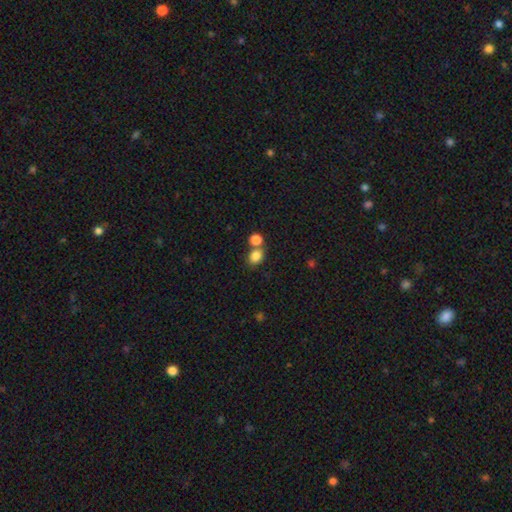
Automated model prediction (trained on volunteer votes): Q: Smooth or featured?
A: smooth (83%); runner-up: star or artifact (11%)
Q: How rounded?
A: in between (50%); runner-up: round (49%)
Q: Merging?
A: none (51%); runner-up: merger (36%)